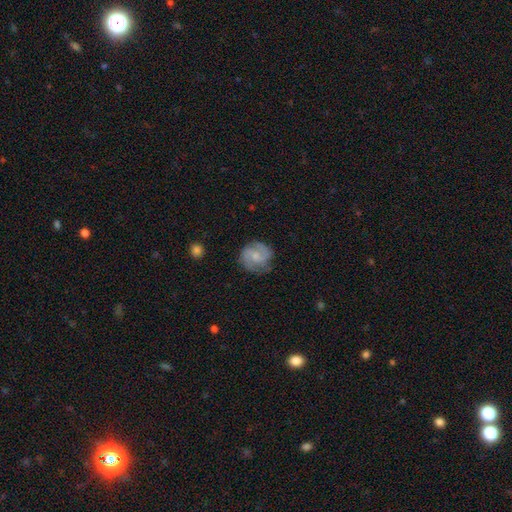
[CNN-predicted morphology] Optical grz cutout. It shows a featured or disk galaxy (60%) with no bar (52%), 2 (68%) medium (48%) spiral arms (90%) and a moderate central bulge (41%, tied with small). Merging: none (74%).